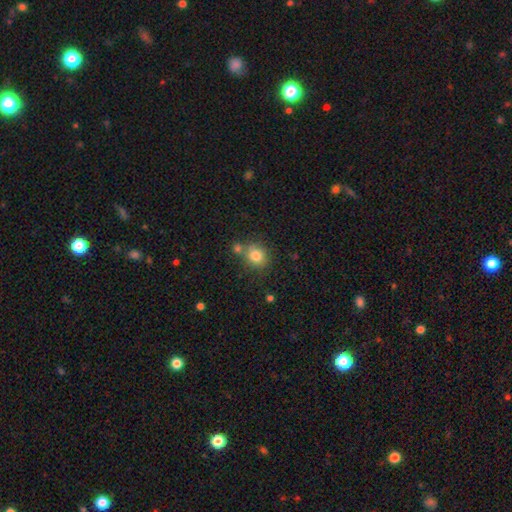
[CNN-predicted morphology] Overall: smooth (81%). How rounded: round (78%). Merging: none (65%).